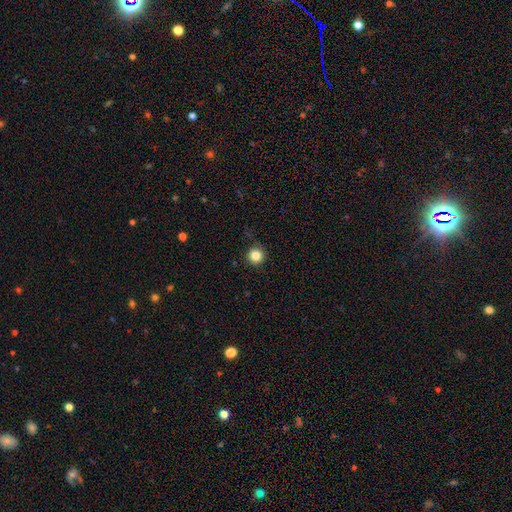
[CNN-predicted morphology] This is clearly a smooth galaxy (84%). How rounded: clearly round (95%). Merging: clearly none (90%).